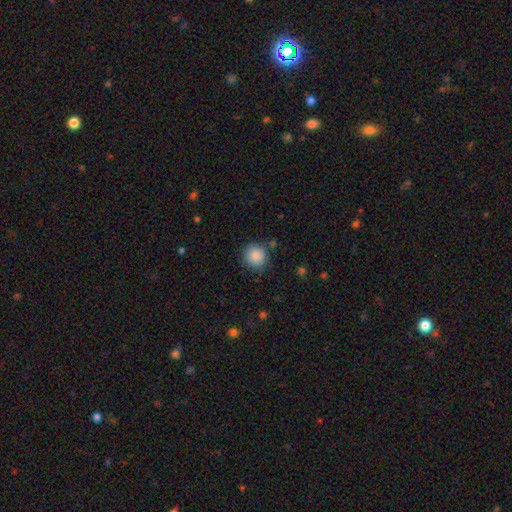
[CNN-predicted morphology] type=smooth (88%); roundness=round (91%); merging=none (84%).